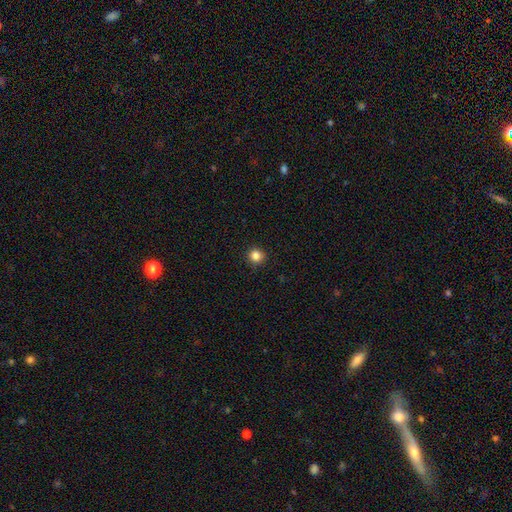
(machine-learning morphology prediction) type=smooth (84%); roundness=round (93%); merging=none (91%).